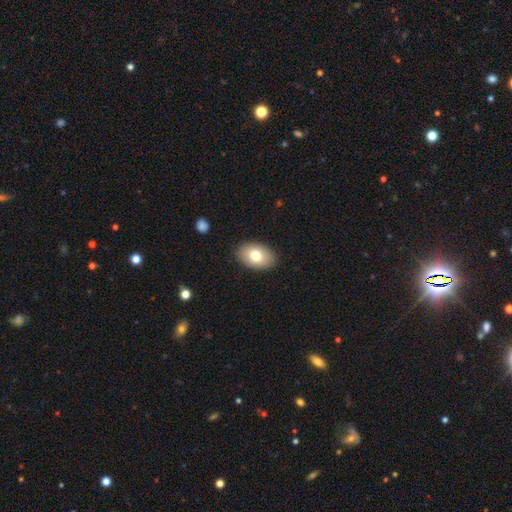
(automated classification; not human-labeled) A smooth galaxy with no disk features (78%) that is in between round and cigar-shaped (89%).

Vote fractions:
- Smooth or featured? smooth: 78% / featured or disk: 15% / star or artifact: 7%
- How rounded? in between: 89% / round: 10% / cigar-shaped: 1%
- Merging? none: 88% / minor disturbance: 9% / major disturbance: 2% / merger: 1%